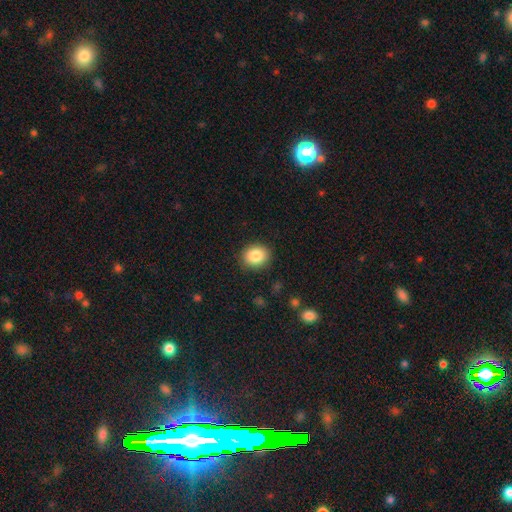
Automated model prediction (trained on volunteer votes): smooth-or-featured: smooth: 85% | star or artifact: 9% | featured or disk: 6%
  how-rounded: round: 67% | in between: 32% | cigar-shaped: 1%
  merging: none: 88% | minor disturbance: 8% | major disturbance: 2% | merger: 1%